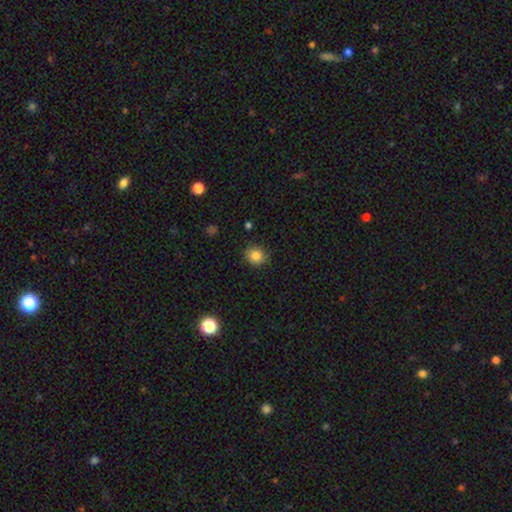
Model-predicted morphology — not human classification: A smooth galaxy with no disk features (84%) that is round (86%). Merging: none (87%).